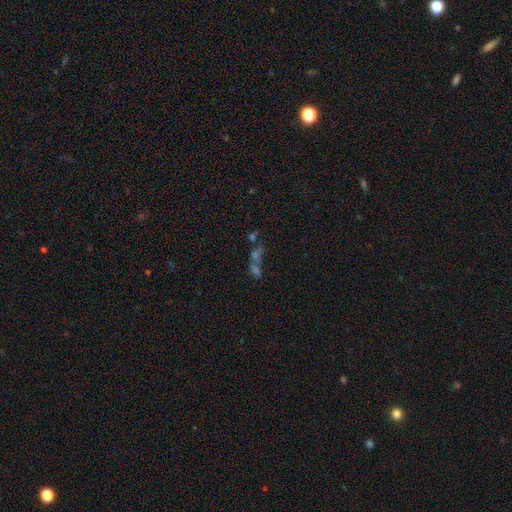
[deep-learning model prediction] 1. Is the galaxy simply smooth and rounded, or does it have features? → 36% star or artifact (tied), 36% smooth (tied), 29% featured or disk.